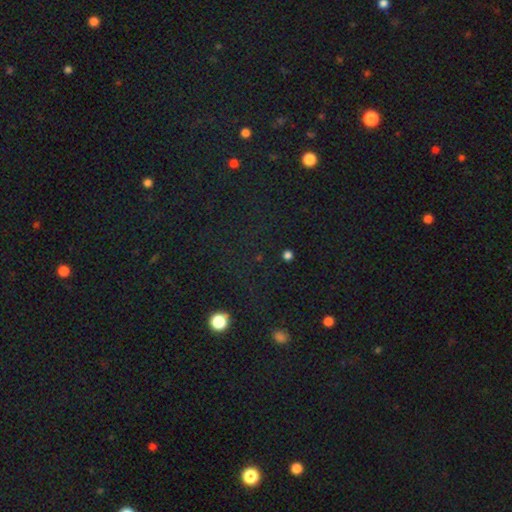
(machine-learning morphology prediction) Smooth or featured? Predicted: star or artifact (p=0.72).